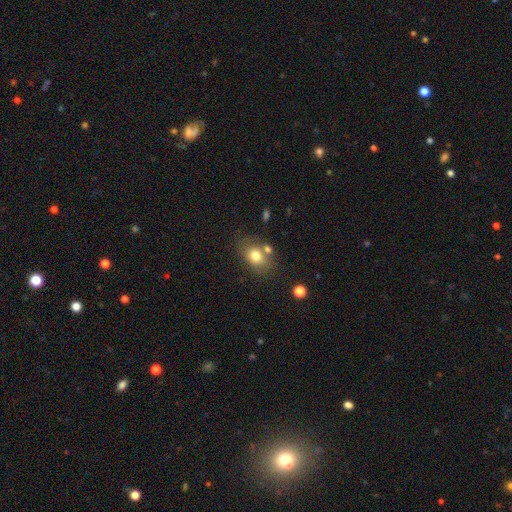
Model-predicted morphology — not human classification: The model was most divided on "how rounded": in between: 68%, round: 31%, cigar-shaped: 1%. More confident: smooth or featured — smooth (75%); merging — none (60%).